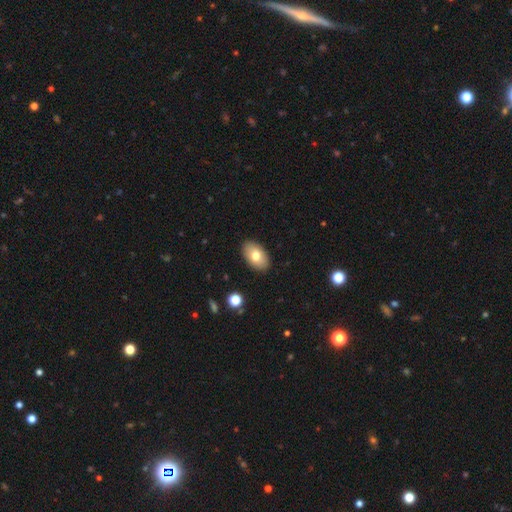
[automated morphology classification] smooth-or-featured: smooth: 75% | featured or disk: 17% | star or artifact: 7%
  how-rounded: in between: 92% | round: 7% | cigar-shaped: 1%
  merging: none: 89% | minor disturbance: 8% | major disturbance: 2% | merger: 1%